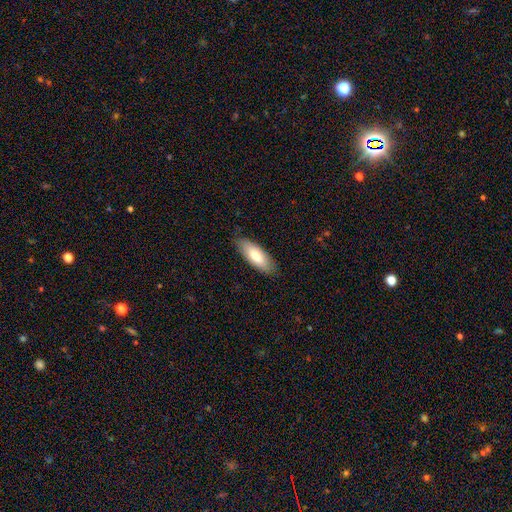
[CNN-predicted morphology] type=smooth (73%); roundness=in between (73%); merging=none (85%).